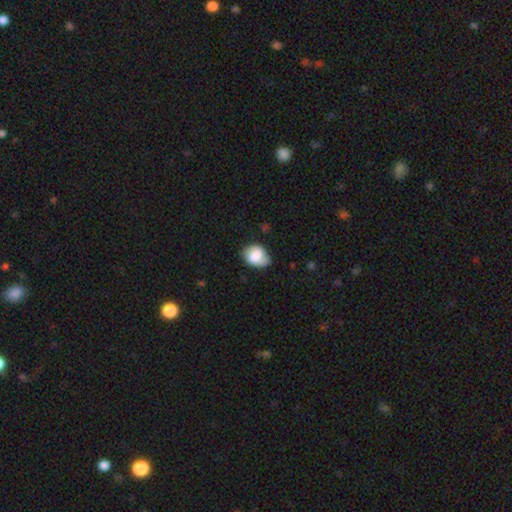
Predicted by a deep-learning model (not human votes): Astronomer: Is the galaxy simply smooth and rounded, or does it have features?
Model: smooth — 74%.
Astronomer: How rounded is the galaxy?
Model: in between — 64%.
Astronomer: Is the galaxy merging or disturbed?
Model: none — 59%.